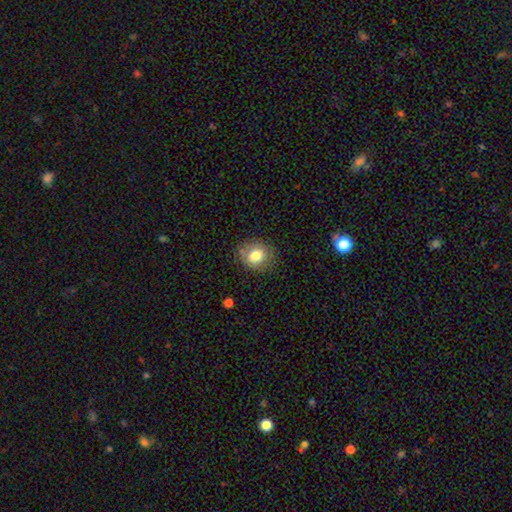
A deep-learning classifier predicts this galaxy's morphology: type=smooth (78%); roundness=round (71%); merging=none (80%).